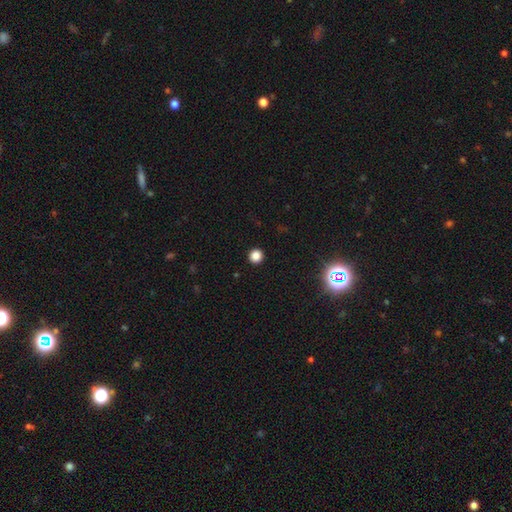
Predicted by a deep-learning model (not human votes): smooth_or_featured: smooth (p=0.83) [alt: star or artifact p=0.13]
how_rounded: round (p=0.95) [alt: in between p=0.04]
merging: none (p=0.93) [alt: minor disturbance p=0.04]